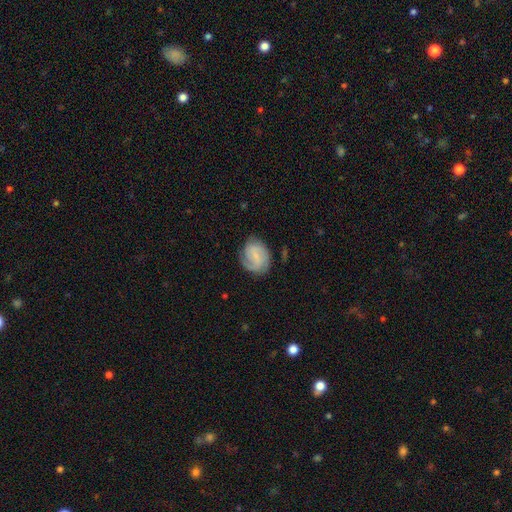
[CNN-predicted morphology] featured or disk 59%, smooth 34%, star or artifact 7%. Down the decision tree: edge-on disk — no (98%); bar — weak (49%); spiral arms — yes (91%); spiral arm count — 2 (52%); spiral winding — medium (42%); bulge size — small (48%); merging — none (70%).